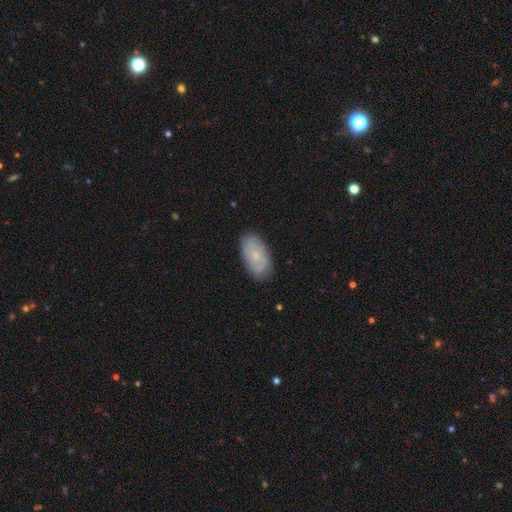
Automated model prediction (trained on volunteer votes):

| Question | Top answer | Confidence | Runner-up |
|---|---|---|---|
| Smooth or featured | smooth | 53% | featured or disk (40%) |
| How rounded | in between | 93% | round (4%) |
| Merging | none | 80% | minor disturbance (16%) |